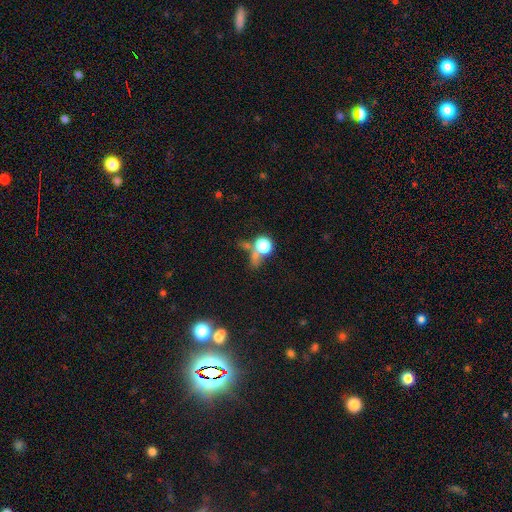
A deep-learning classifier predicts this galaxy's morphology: smooth_or_featured: smooth (p=0.66) [alt: star or artifact p=0.20]
how_rounded: round (p=0.75) [alt: in between p=0.22]
merging: none (p=0.37) [alt: merger p=0.29]